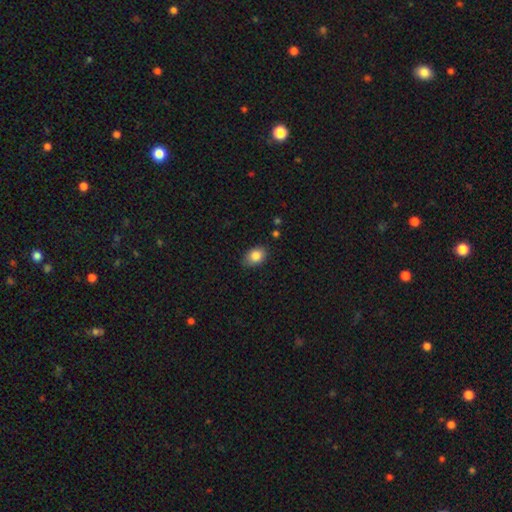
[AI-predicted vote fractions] Morphology: type=smooth (85%); roundness=in between (76%); merging=none (79%).